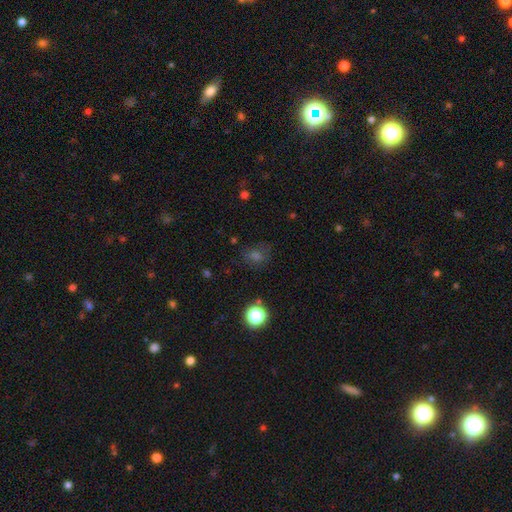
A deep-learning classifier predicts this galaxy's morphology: Smooth or featured? Predicted: smooth (p=0.55). How rounded? Predicted: round (p=0.58). Merging? Predicted: none (p=0.73).